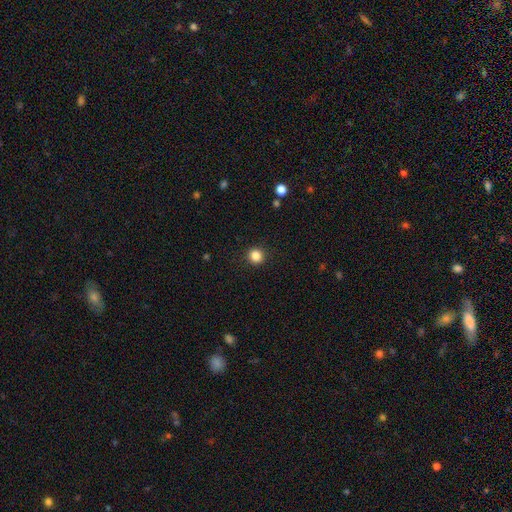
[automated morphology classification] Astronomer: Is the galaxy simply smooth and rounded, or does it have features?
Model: smooth — 85%.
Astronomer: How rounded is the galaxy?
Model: round — 93%.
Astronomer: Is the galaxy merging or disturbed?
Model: none — 92%.